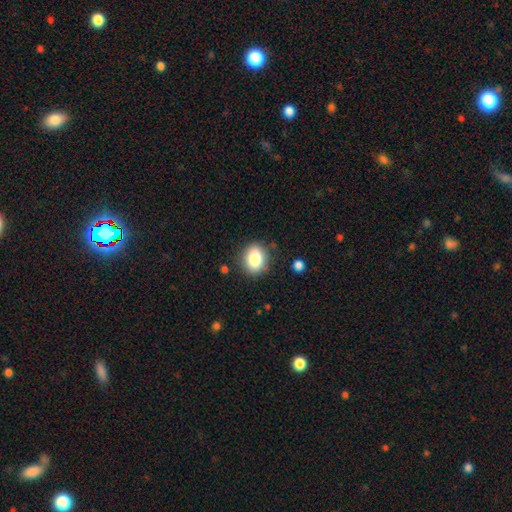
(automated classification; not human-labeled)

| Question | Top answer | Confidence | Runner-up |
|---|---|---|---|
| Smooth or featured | smooth | 82% | star or artifact (9%) |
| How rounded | round | 50% | in between (49%) |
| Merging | none | 85% | minor disturbance (10%) |